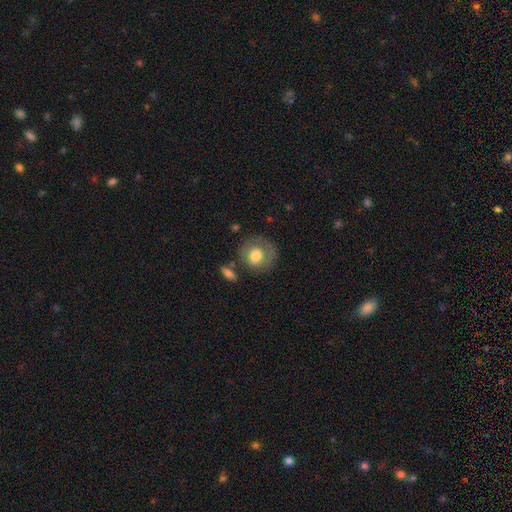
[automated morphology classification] smooth 64%, featured or disk 30%, star or artifact 7%. Down the decision tree: how rounded — round (84%); merging — none (68%).